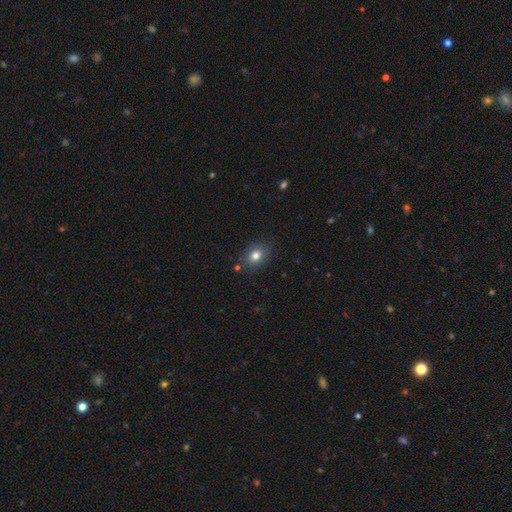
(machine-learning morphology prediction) A smooth galaxy with no disk features (79%) that is in between round and cigar-shaped (53%). Merging: none (80%).